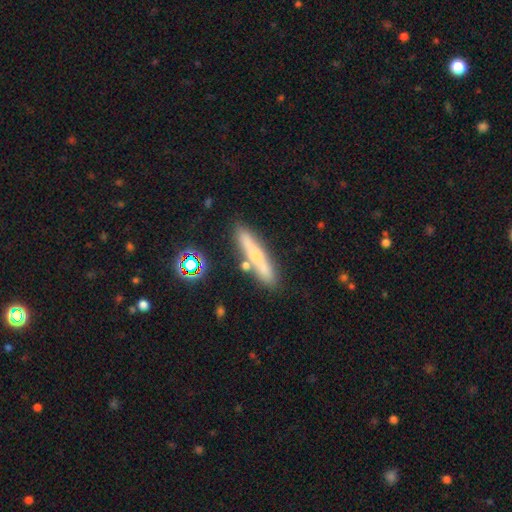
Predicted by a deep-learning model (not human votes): The model was most divided on "smooth or featured": smooth: 46%, featured or disk: 43%, star or artifact: 11%. More confident: merging — none (76%).